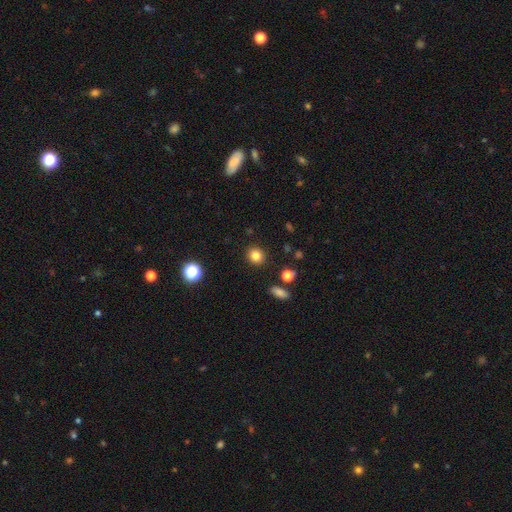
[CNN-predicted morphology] The model was most divided on "how rounded": round: 84%, in between: 15%, cigar-shaped: 1%. More confident: merging — none (91%); smooth or featured — smooth (83%).